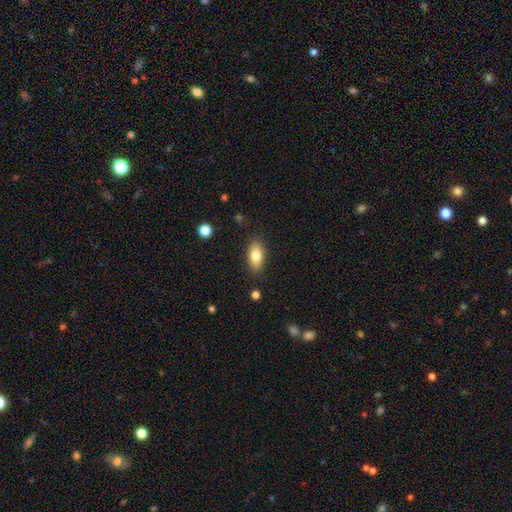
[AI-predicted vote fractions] Smooth or featured? Predicted: smooth (p=0.81). How rounded? Predicted: in between (p=0.86). Merging? Predicted: none (p=0.85).